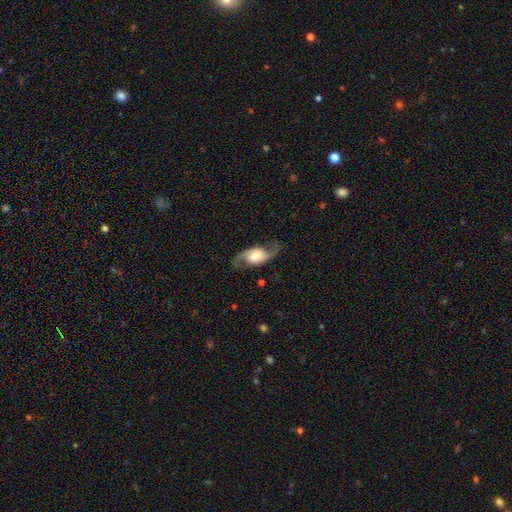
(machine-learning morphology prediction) The model was most divided on "bulge size": large: 48%, moderate: 25%, dominant: 11%, small: 9%, none: 6%. More confident: spiral arms — yes (94%); spiral arm count — 2 (93%); edge-on disk — no (93%); smooth or featured — featured or disk (81%); merging — none (79%); bar — no (58%); spiral winding — loose (57%).